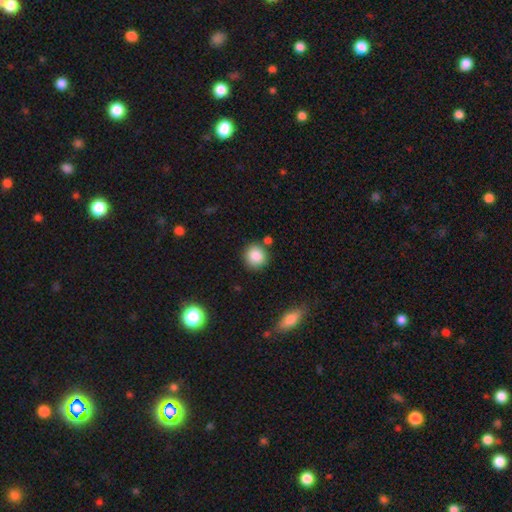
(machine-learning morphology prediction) This appears to be a smooth galaxy with no disk features (87%) that is round (89%). Merging: none (81%).